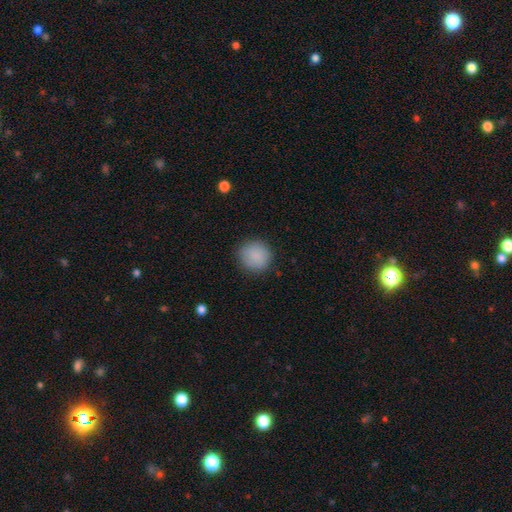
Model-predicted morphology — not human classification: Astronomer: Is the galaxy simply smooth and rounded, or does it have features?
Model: smooth — 88%.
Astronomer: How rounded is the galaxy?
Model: round — 92%.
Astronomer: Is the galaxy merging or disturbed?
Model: none — 87%.